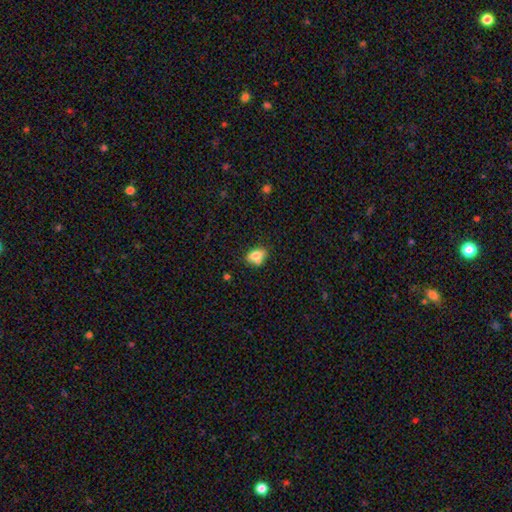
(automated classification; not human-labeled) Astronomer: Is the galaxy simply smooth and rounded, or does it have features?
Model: smooth — 72%.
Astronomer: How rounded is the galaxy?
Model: in between — 73%.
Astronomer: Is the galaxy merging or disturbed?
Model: none — 50%.